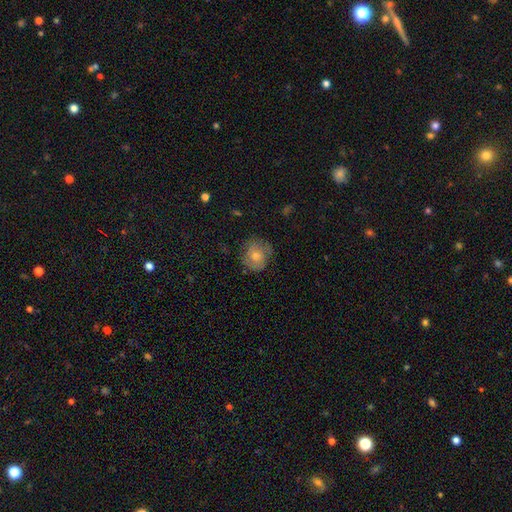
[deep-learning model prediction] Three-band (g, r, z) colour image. It shows a smooth galaxy with no disk features (46%). Merging: none (75%).